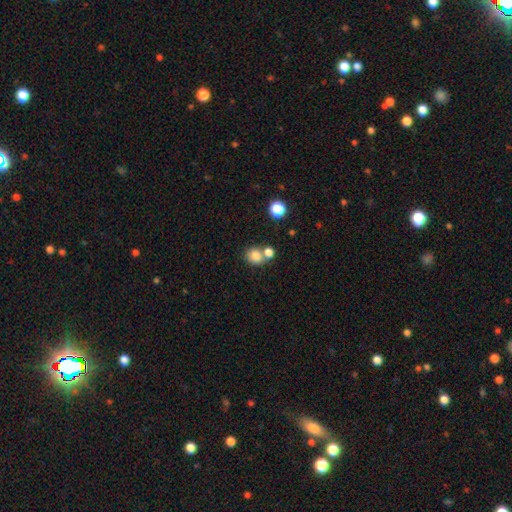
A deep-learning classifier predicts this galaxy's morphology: Smooth or featured: smooth — 81% (star or artifact — 11%)
How rounded: round — 72% (in between — 27%)
Merging: none — 53% (merger — 36%)